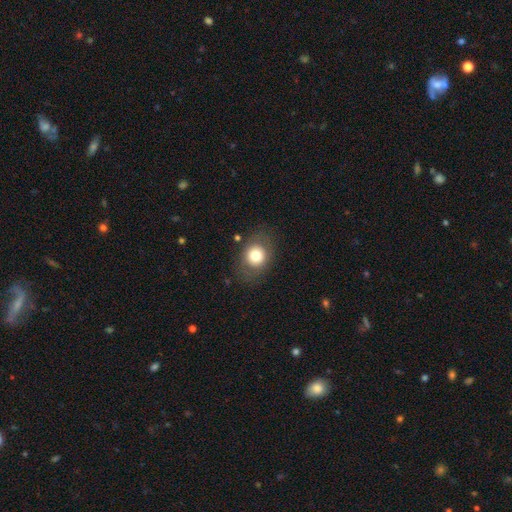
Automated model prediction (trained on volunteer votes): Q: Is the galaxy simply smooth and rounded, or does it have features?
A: smooth — 75%.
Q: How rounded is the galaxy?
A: round — 56%.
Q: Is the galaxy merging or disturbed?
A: none — 79%.